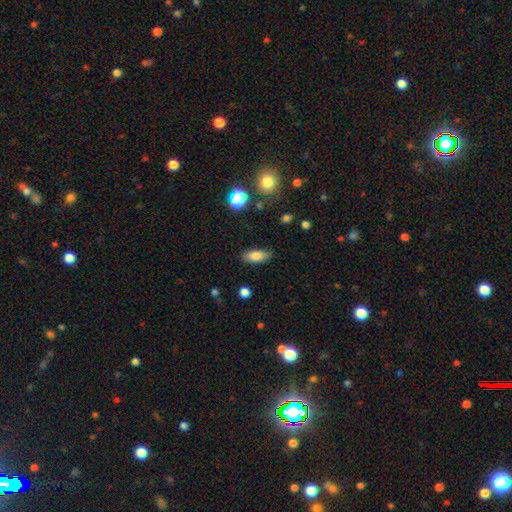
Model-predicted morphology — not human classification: Smooth or featured? smooth (80%)
How rounded? in between (81%)
Merging? none (85%)